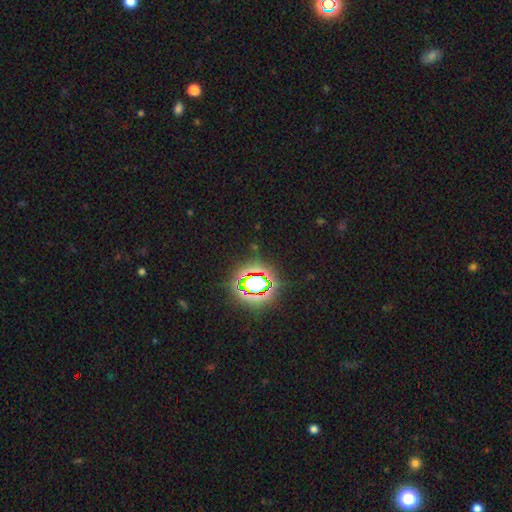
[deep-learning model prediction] Smooth or featured: star or artifact — 78% (smooth — 15%)